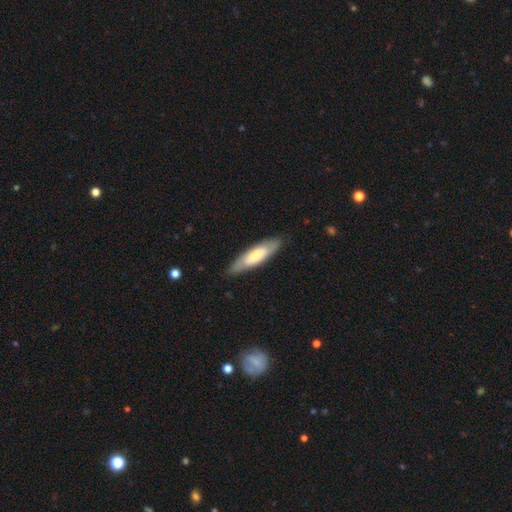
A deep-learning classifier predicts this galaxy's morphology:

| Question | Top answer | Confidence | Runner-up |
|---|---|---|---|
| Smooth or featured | smooth | 63% | featured or disk (32%) |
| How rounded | cigar-shaped | 60% | in between (38%) |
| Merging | none | 84% | minor disturbance (12%) |